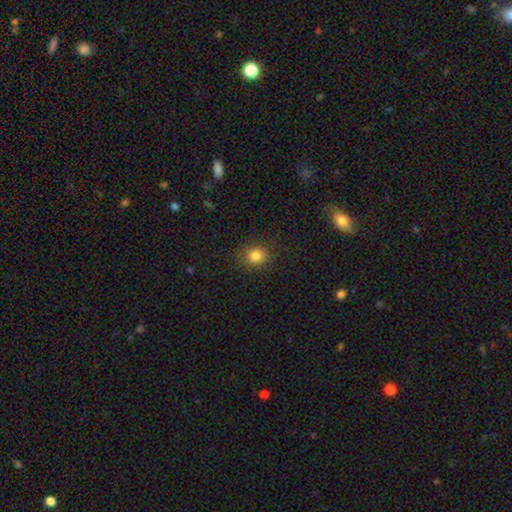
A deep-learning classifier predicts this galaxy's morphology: Smooth or featured? Predicted: smooth (p=0.83). How rounded? Predicted: round (p=0.75). Merging? Predicted: none (p=0.86).